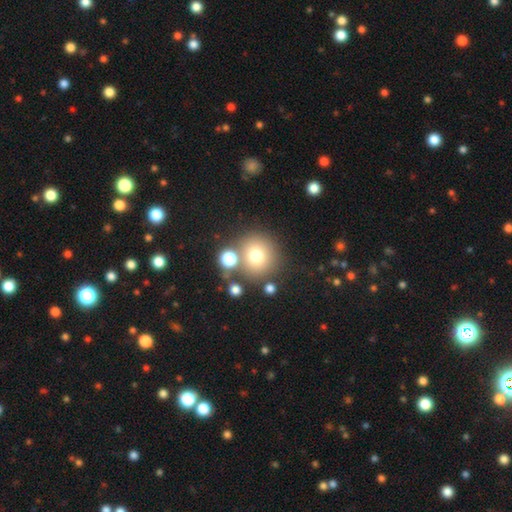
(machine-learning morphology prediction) Overall: smooth (72%). How rounded: round (91%). Merging: none (71%).